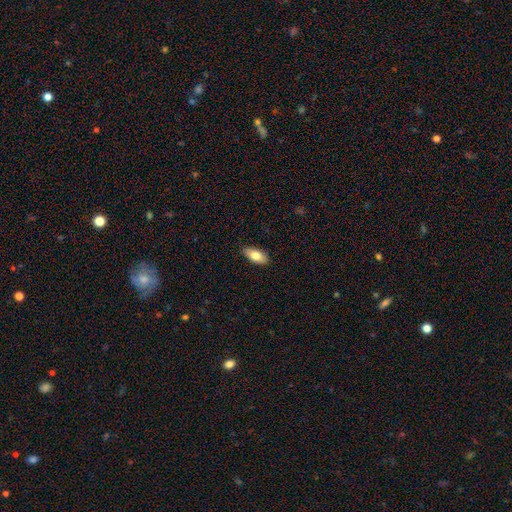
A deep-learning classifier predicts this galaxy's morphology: A smooth galaxy with no disk features (77%) that is in between round and cigar-shaped (87%). Merging: none (87%).